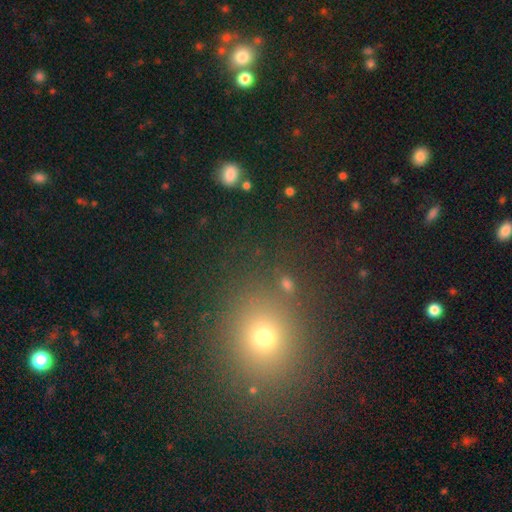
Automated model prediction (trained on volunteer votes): This is possibly a smooth galaxy (56%). How rounded: likely round (77%). Merging: clearly none (86%).